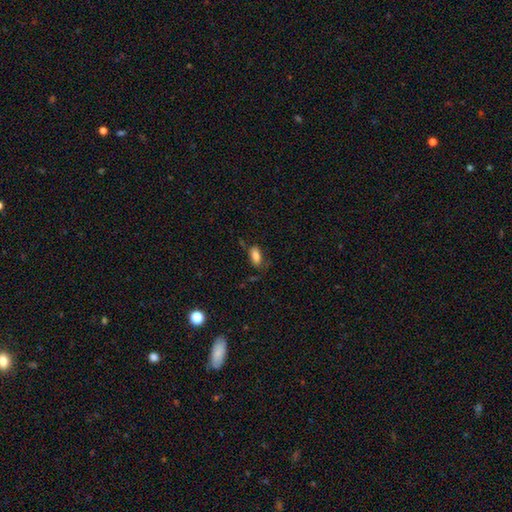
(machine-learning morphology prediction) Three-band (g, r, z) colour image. It shows a smooth galaxy with no disk features (83%) that is in between round and cigar-shaped (88%). Merging: none (66%).